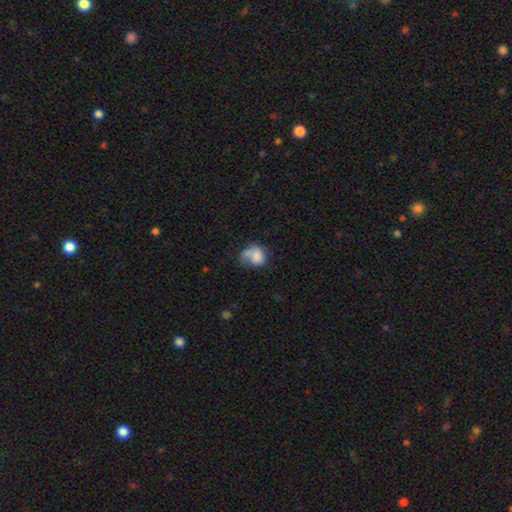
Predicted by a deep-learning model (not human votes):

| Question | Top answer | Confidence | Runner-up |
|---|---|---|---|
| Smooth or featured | smooth | 66% | featured or disk (25%) |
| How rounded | in between | 53% | round (46%) |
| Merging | major disturbance | 30% | tied: none (30%) |